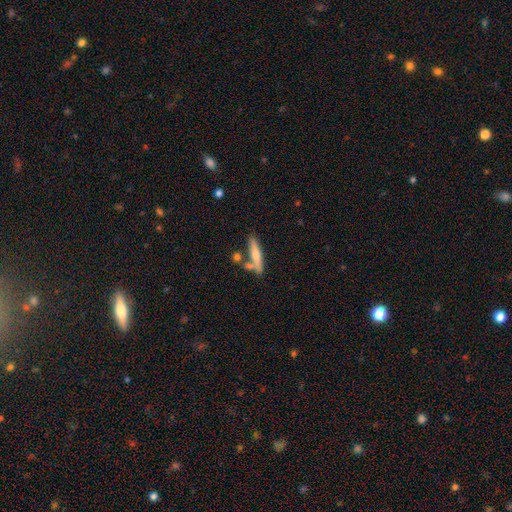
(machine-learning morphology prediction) Q: Smooth or featured?
A: smooth (63%); runner-up: featured or disk (31%)
Q: How rounded?
A: cigar-shaped (84%); runner-up: in between (14%)
Q: Merging?
A: none (59%); runner-up: merger (21%)